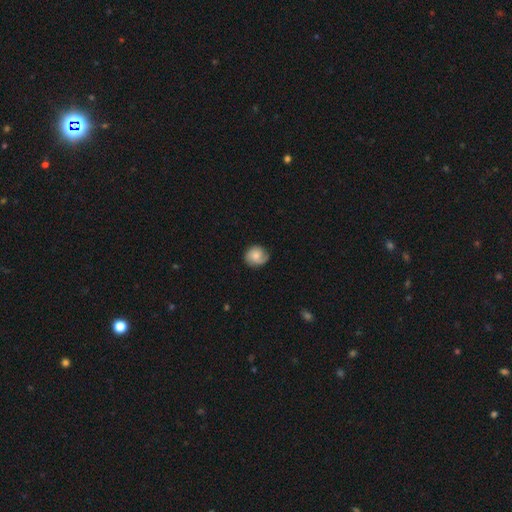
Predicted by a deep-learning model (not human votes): smooth-or-featured: smooth: 51% | featured or disk: 41% | star or artifact: 8%
  how-rounded: round: 80% | in between: 19% | cigar-shaped: 1%
  merging: none: 71% | minor disturbance: 21% | major disturbance: 6% | merger: 1%